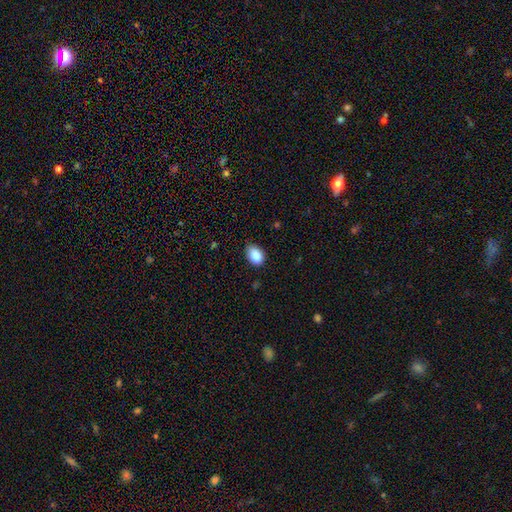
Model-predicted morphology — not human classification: smooth_or_featured: smooth (p=0.88) [alt: star or artifact p=0.08]
how_rounded: in between (p=0.83) [alt: round p=0.16]
merging: none (p=0.79) [alt: minor disturbance p=0.18]